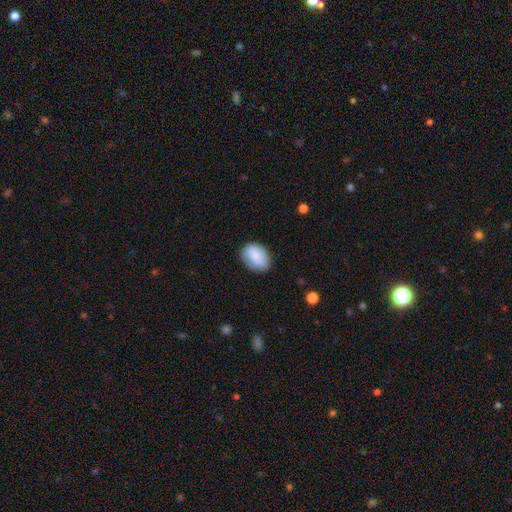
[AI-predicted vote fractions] A smooth galaxy with no disk features (78%) that is in between round and cigar-shaped (74%).

Vote fractions:
- Smooth or featured? smooth: 78% / featured or disk: 15% / star or artifact: 7%
- How rounded? in between: 74% / round: 25% / cigar-shaped: 1%
- Merging? none: 74% / minor disturbance: 19% / major disturbance: 5% / merger: 1%